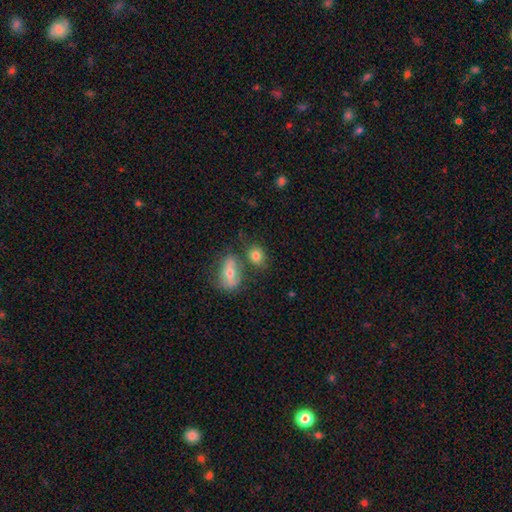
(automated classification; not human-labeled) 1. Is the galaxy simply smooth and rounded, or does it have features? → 79% smooth, 11% featured or disk, 9% star or artifact.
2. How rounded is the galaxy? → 49% round (tied), 49% in between (tied), 2% cigar-shaped.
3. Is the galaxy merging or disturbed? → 59% none, 22% merger, 14% minor disturbance, 5% major disturbance.